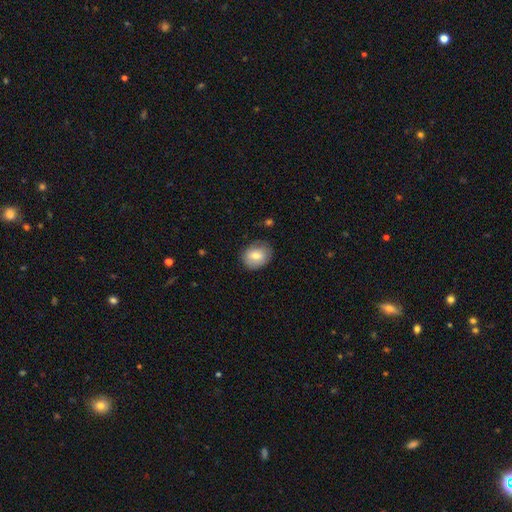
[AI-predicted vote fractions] Smooth or featured? smooth (75%)
How rounded? round (53%)
Merging? none (79%)